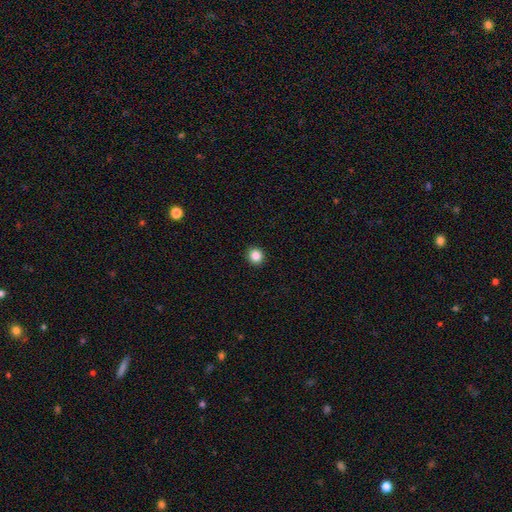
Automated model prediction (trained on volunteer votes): smooth_or_featured: smooth (p=0.86) [alt: star or artifact p=0.11]
how_rounded: round (p=0.90) [alt: in between p=0.09]
merging: none (p=0.92) [alt: minor disturbance p=0.05]